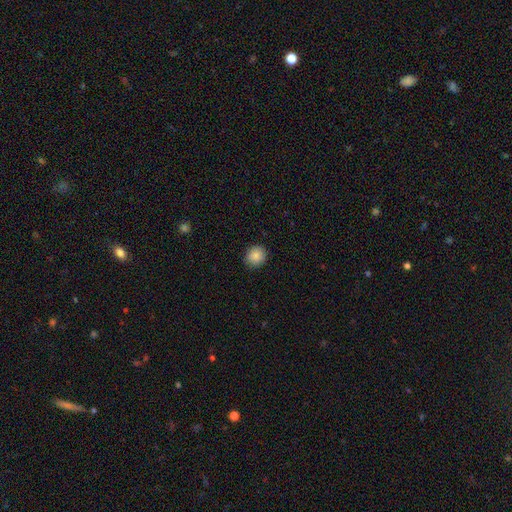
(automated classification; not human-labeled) Smooth or featured: smooth — 87% (star or artifact — 9%)
How rounded: round — 84% (in between — 15%)
Merging: none — 90% (minor disturbance — 8%)